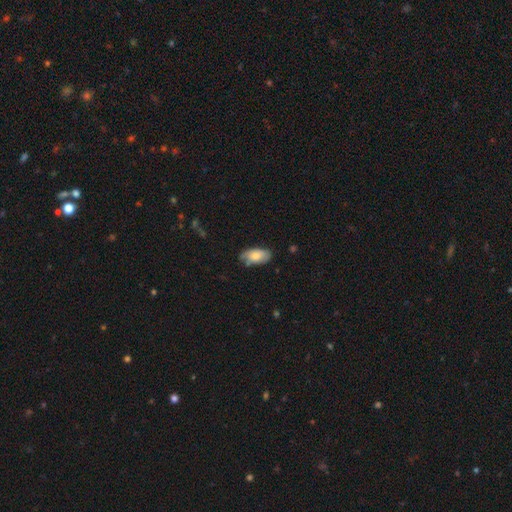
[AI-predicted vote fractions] This appears to be a smooth galaxy with no disk features (65%) that is in between round and cigar-shaped (93%). Merging: none (65%).